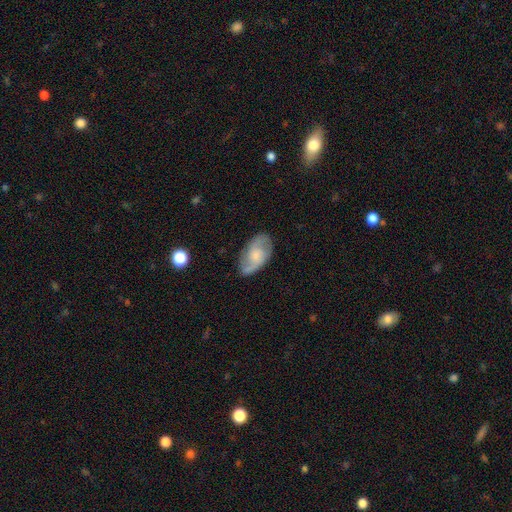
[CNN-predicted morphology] A featured or disk galaxy (62%) with no bar (62%), 2 (80%) medium (47%) spiral arms (89%) and a moderate central bulge (38%).

Vote fractions:
- Smooth or featured? featured or disk: 62% / smooth: 32% / star or artifact: 7%
- Edge-on disk? no: 95% / yes: 5%
- Bar? no: 62% / weak: 34% / strong: 5%
- Spiral arms? yes: 89% / no: 11%
- Spiral winding? medium: 47% / loose: 31% / tight: 21%
- Spiral arm count? 2: 80% / can't tell: 10% / 1: 4% / 3: 3% / 4: 1% / more than 4: 1%
- Bulge size? moderate: 38% / small: 34% / none: 16% / large: 10% / dominant: 2%
- Merging? none: 75% / minor disturbance: 18% / major disturbance: 5% / merger: 2%